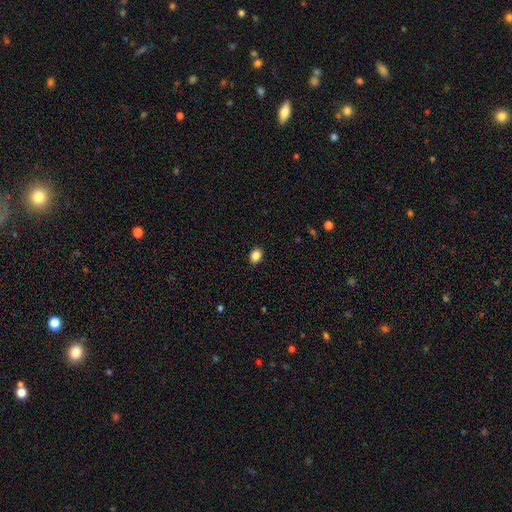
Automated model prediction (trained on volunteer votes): A smooth galaxy with no disk features (86%) that is in between round and cigar-shaped (67%). Merging: none (90%).